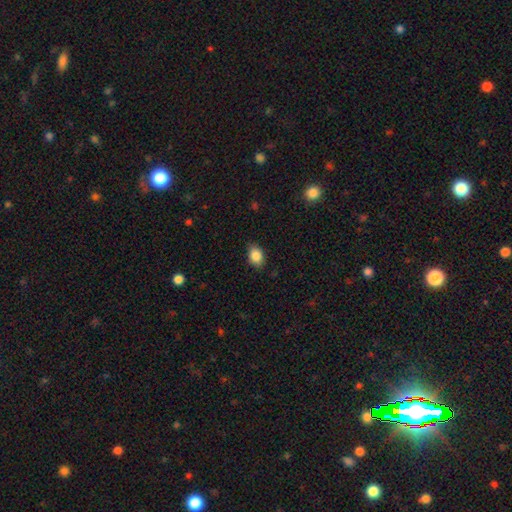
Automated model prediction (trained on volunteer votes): A smooth galaxy with no disk features (87%) that is in between round and cigar-shaped (80%).

Vote fractions:
- Smooth or featured? smooth: 87% / star or artifact: 8% / featured or disk: 5%
- How rounded? in between: 80% / round: 19% / cigar-shaped: 1%
- Merging? none: 83% / minor disturbance: 13% / major disturbance: 3% / merger: 1%